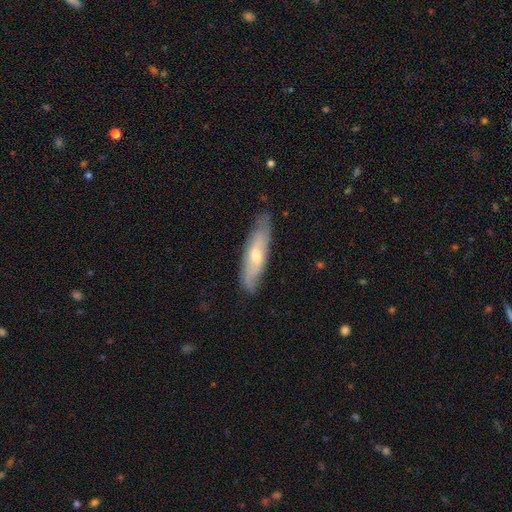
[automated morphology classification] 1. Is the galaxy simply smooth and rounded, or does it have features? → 52% featured or disk, 42% smooth, 6% star or artifact.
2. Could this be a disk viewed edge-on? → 57% no, 43% yes.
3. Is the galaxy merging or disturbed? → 79% none, 17% minor disturbance, 3% major disturbance, 1% merger.